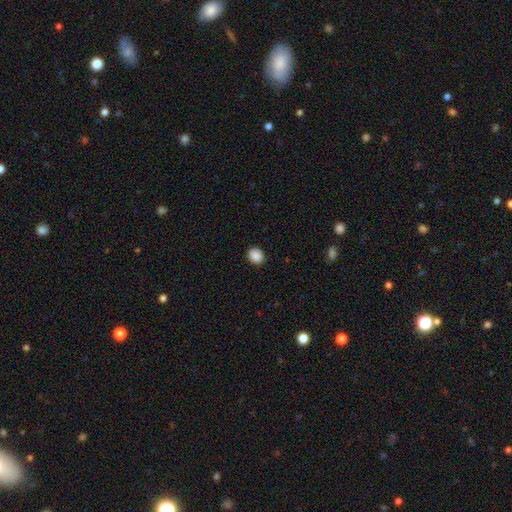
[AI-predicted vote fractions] A smooth galaxy with no disk features (89%) that is round (65%).

Vote fractions:
- Smooth or featured? smooth: 89% / star or artifact: 8% / featured or disk: 3%
- How rounded? round: 65% / in between: 34% / cigar-shaped: 1%
- Merging? none: 90% / minor disturbance: 7% / major disturbance: 2% / merger: 1%